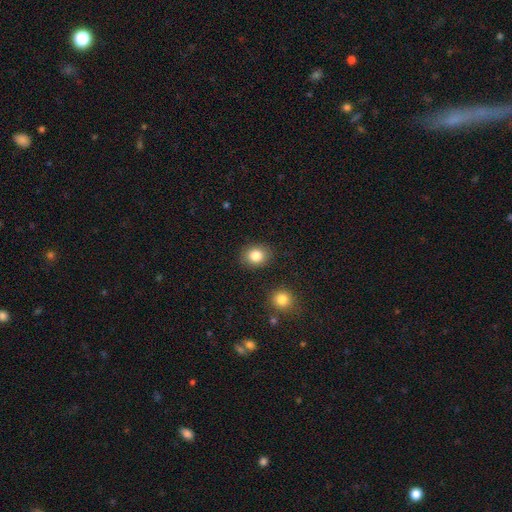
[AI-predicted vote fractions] smooth-or-featured: smooth: 84% | star or artifact: 10% | featured or disk: 7%
  how-rounded: round: 66% | in between: 33% | cigar-shaped: 1%
  merging: none: 87% | minor disturbance: 8% | major disturbance: 2% | merger: 2%